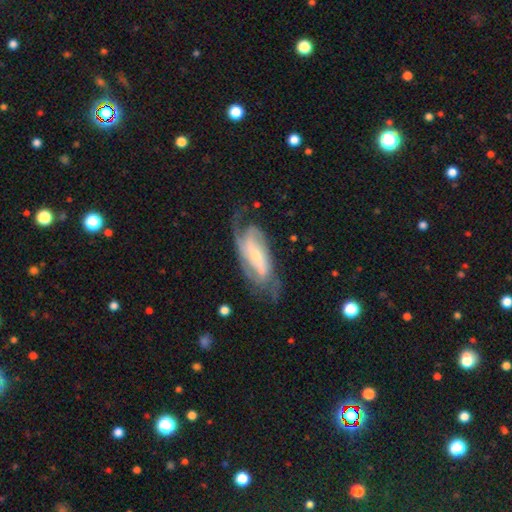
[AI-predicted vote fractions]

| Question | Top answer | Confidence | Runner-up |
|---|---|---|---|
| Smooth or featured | featured or disk | 86% | smooth (9%) |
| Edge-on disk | no | 93% | yes (7%) |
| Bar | weak | 40% | no (30%) |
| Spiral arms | yes | 96% | no (4%) |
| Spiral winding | medium | 44% | tight (41%) |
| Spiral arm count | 2 | 53% | can't tell (19%) |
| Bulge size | small | 59% | moderate (34%) |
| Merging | none | 64% | minor disturbance (19%) |